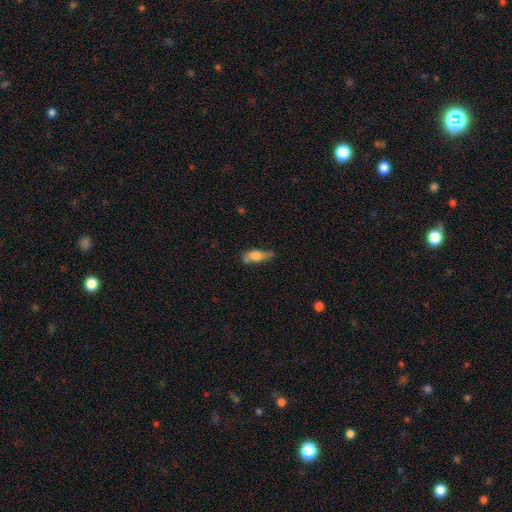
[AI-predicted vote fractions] The model was most divided on "merging": none: 54%, minor disturbance: 29%, merger: 9%, major disturbance: 8%. More confident: how rounded — in between (64%); smooth or featured — smooth (63%).